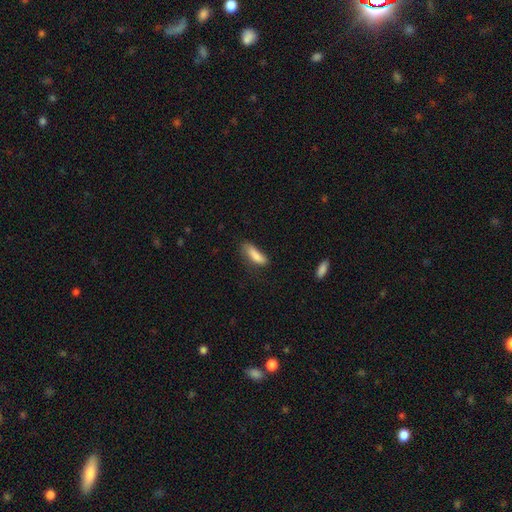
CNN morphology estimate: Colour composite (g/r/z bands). It shows a smooth galaxy with no disk features (83%) that is in between round and cigar-shaped (52%). Merging: none (55%).